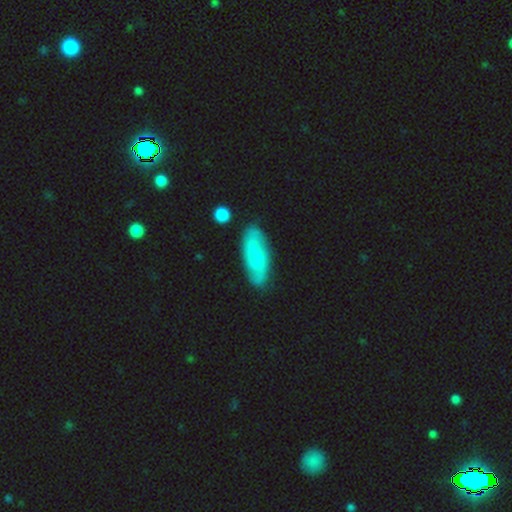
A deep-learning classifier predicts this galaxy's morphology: The model was most divided on "smooth or featured": featured or disk: 51%, smooth: 43%, star or artifact: 6%. More confident: edge-on disk — no (90%); merging — none (81%).